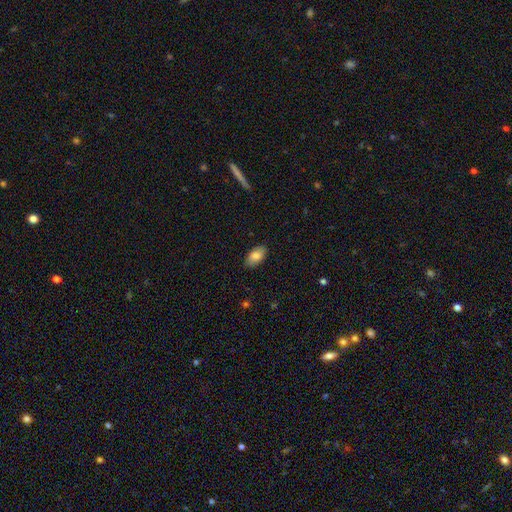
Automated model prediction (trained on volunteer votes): A smooth galaxy with no disk features (82%) that is in between round and cigar-shaped (94%). Merging: none (87%).